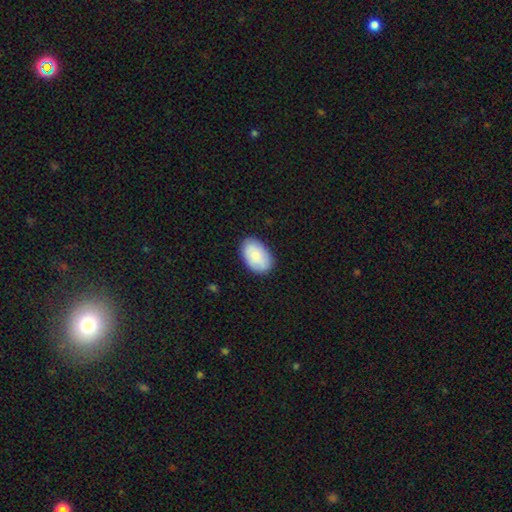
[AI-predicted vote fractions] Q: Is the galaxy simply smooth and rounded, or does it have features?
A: smooth — 80%.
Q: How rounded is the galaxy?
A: in between — 91%.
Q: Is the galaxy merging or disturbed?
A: none — 85%.